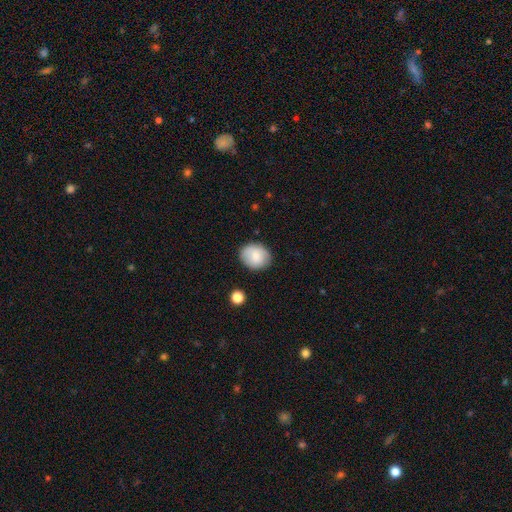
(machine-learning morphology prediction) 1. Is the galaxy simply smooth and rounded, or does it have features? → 79% smooth, 14% featured or disk, 7% star or artifact.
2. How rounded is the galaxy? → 56% round, 43% in between, 1% cigar-shaped.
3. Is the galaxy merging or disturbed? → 82% none, 14% minor disturbance, 3% major disturbance, 2% merger.